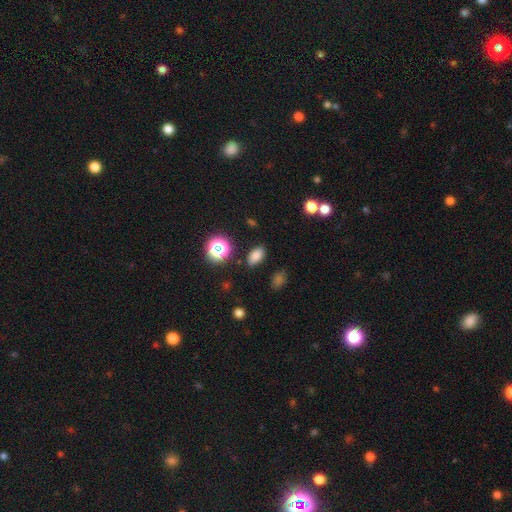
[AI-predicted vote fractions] smooth 79%, star or artifact 16%, featured or disk 6%. Down the decision tree: how rounded — in between (88%); merging — none (86%).